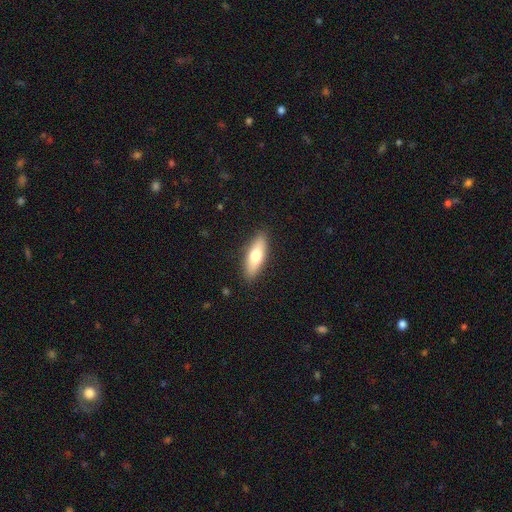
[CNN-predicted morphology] This appears to be a smooth galaxy with no disk features (69%) that is in between round and cigar-shaped (56%). Merging: none (88%).